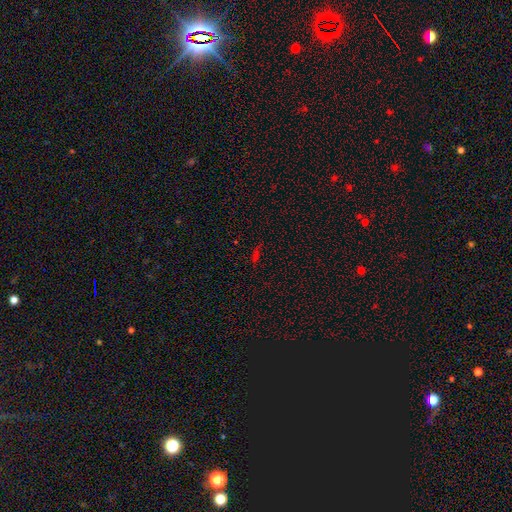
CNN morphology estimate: Smooth or featured? star or artifact (47%)